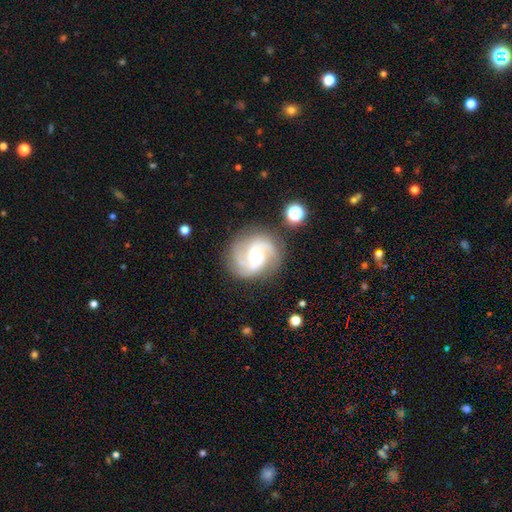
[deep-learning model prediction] Smooth or featured: featured or disk — 85% (smooth — 9%)
Edge-on disk: no — 98% (yes — 2%)
Bar: no — 56% (weak — 35%)
Spiral arms: yes — 98% (no — 2%)
Spiral winding: medium — 52% (tight — 32%)
Spiral arm count: 2 — 55% (3 — 28%)
Bulge size: small — 53% (moderate — 36%)
Merging: none — 79% (minor disturbance — 13%)